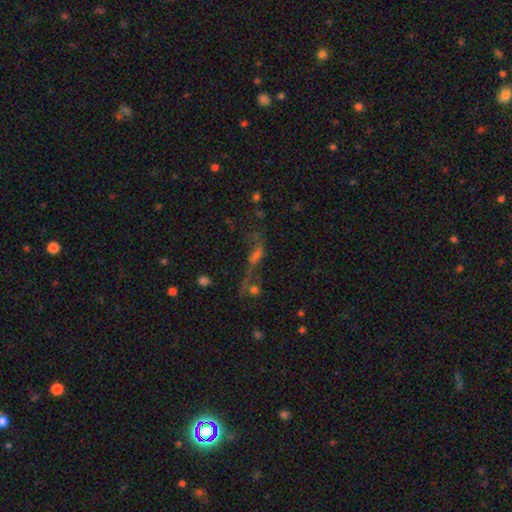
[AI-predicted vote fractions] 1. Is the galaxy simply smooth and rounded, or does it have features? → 40% featured or disk, 30% star or artifact, 30% smooth.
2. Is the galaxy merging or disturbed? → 33% none, 28% merger, 26% major disturbance, 13% minor disturbance.